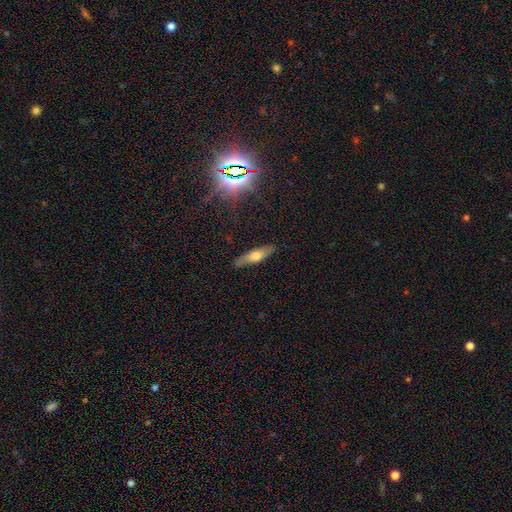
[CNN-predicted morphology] smooth_or_featured: smooth (p=0.55) [alt: featured or disk p=0.37]
how_rounded: cigar-shaped (p=0.67) [alt: in between p=0.31]
merging: none (p=0.85) [alt: minor disturbance p=0.12]